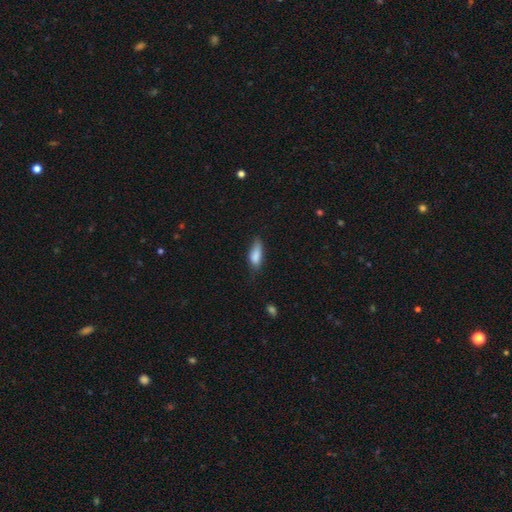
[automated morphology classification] smooth_or_featured: smooth (p=0.83) [alt: featured or disk p=0.10]
how_rounded: in between (p=0.73) [alt: cigar-shaped p=0.24]
merging: none (p=0.53) [alt: minor disturbance p=0.35]